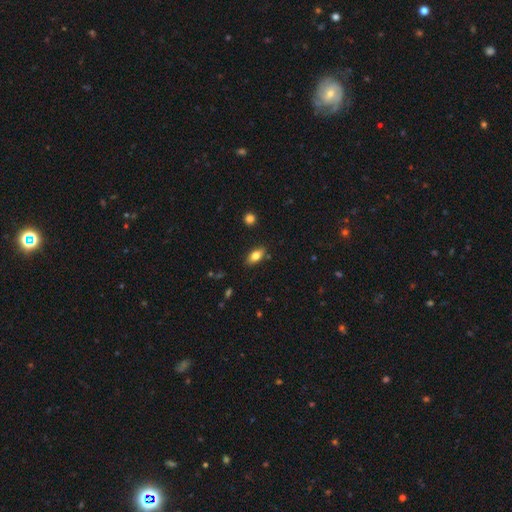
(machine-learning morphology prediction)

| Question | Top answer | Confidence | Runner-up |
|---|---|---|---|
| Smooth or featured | smooth | 78% | featured or disk (15%) |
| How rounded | in between | 87% | cigar-shaped (8%) |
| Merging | none | 84% | minor disturbance (11%) |